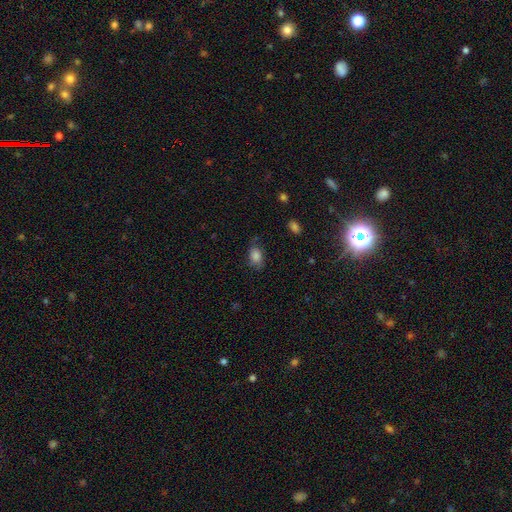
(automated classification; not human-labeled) smooth_or_featured: smooth (p=0.80) [alt: featured or disk p=0.11]
how_rounded: in between (p=0.83) [alt: round p=0.15]
merging: none (p=0.64) [alt: minor disturbance p=0.25]